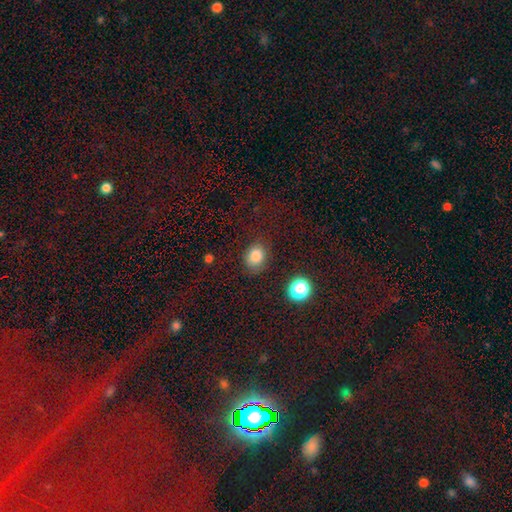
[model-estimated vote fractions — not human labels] A smooth galaxy with no disk features (83%) that is round (51%). Merging: none (76%).